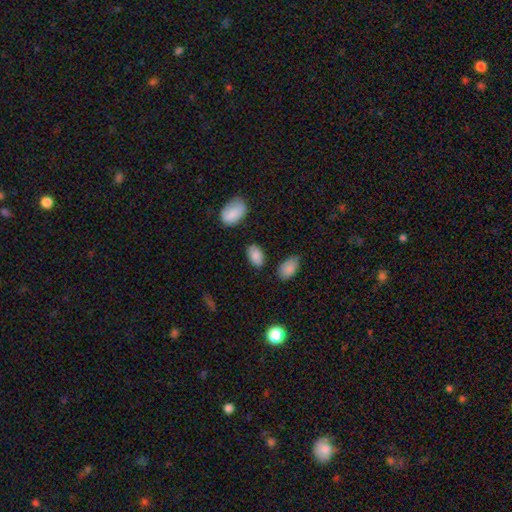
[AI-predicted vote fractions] smooth-or-featured: smooth: 86% | star or artifact: 8% | featured or disk: 6%
  how-rounded: in between: 94% | round: 5% | cigar-shaped: 2%
  merging: none: 81% | minor disturbance: 13% | merger: 3% | major disturbance: 3%